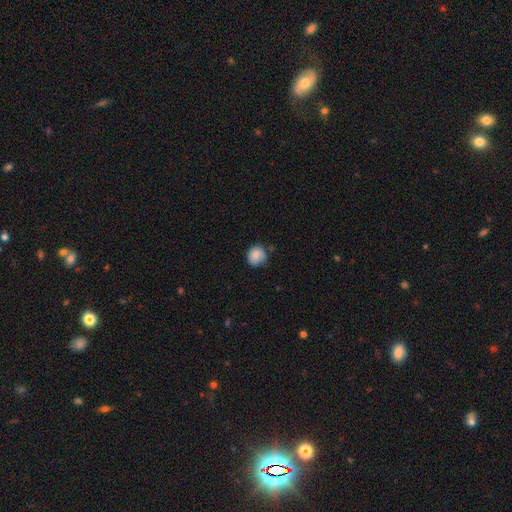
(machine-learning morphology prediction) A smooth galaxy with no disk features (83%) that is round (87%).

Vote fractions:
- Smooth or featured? smooth: 83% / featured or disk: 9% / star or artifact: 8%
- How rounded? round: 87% / in between: 12% / cigar-shaped: 1%
- Merging? none: 67% / minor disturbance: 26% / major disturbance: 5% / merger: 2%